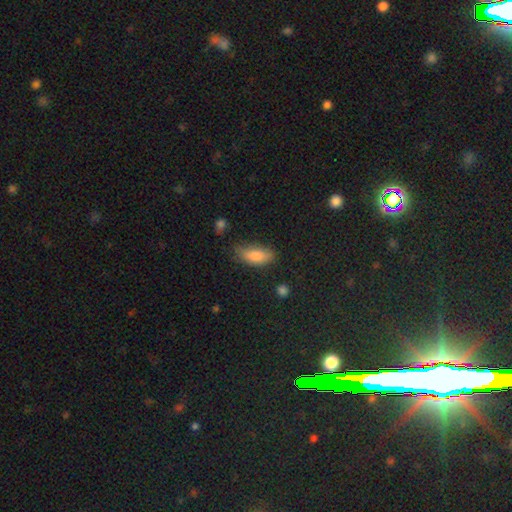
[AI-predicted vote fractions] Smooth or featured: smooth — 83% (featured or disk — 9%)
How rounded: in between — 83% (cigar-shaped — 14%)
Merging: none — 64% (minor disturbance — 27%)